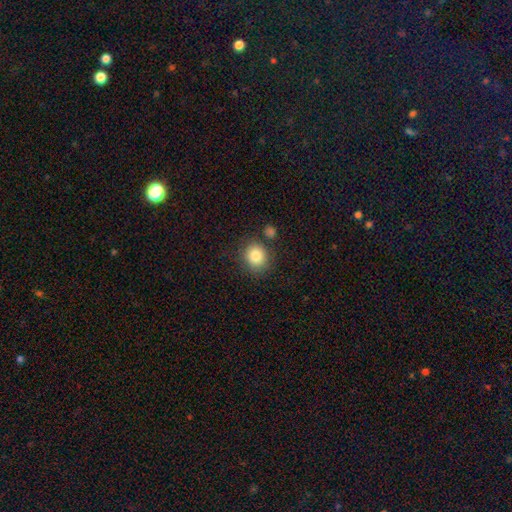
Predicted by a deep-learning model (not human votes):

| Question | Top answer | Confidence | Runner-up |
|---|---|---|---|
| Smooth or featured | smooth | 84% | star or artifact (9%) |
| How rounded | round | 77% | in between (22%) |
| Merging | none | 78% | minor disturbance (12%) |